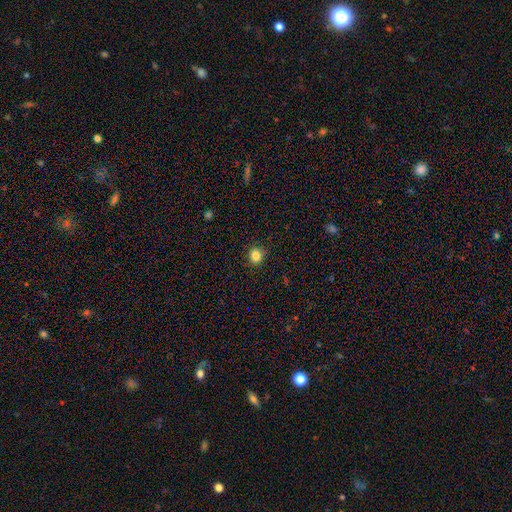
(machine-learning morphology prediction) Smooth or featured? smooth (84%)
How rounded? round (79%)
Merging? none (89%)